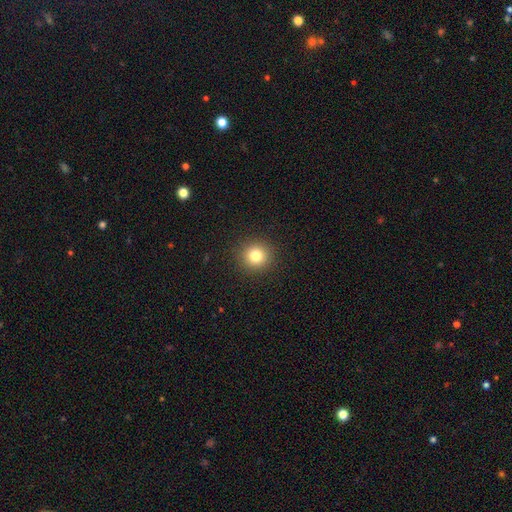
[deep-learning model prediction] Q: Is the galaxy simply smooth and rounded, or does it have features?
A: smooth — 80%.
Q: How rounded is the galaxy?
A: round — 93%.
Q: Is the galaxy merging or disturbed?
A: none — 92%.